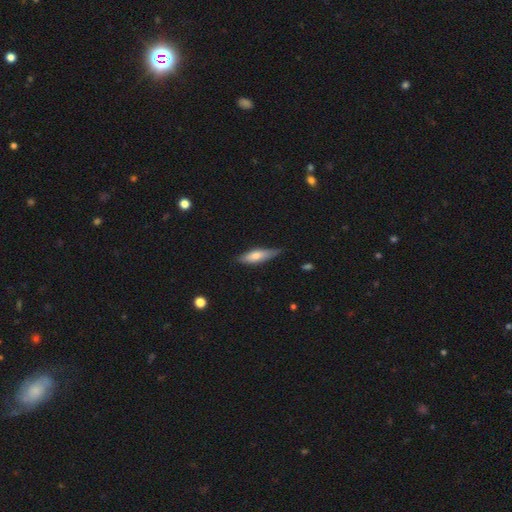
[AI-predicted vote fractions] Smooth or featured? Predicted: smooth (p=0.62). How rounded? Predicted: cigar-shaped (p=0.65). Merging? Predicted: none (p=0.74).